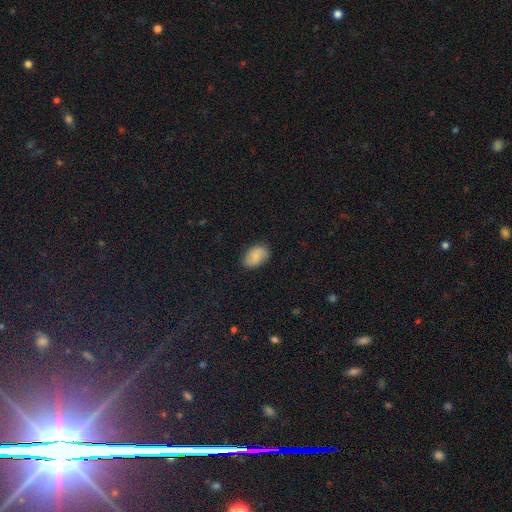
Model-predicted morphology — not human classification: The model was most divided on "smooth or featured": smooth: 73%, featured or disk: 19%, star or artifact: 8%. More confident: how rounded — in between (88%); merging — none (80%).